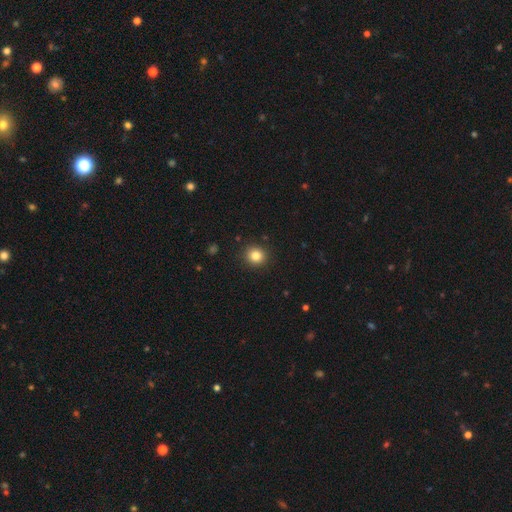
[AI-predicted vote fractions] Smooth or featured: smooth — 83% (star or artifact — 11%)
How rounded: round — 90% (in between — 9%)
Merging: none — 91% (minor disturbance — 6%)